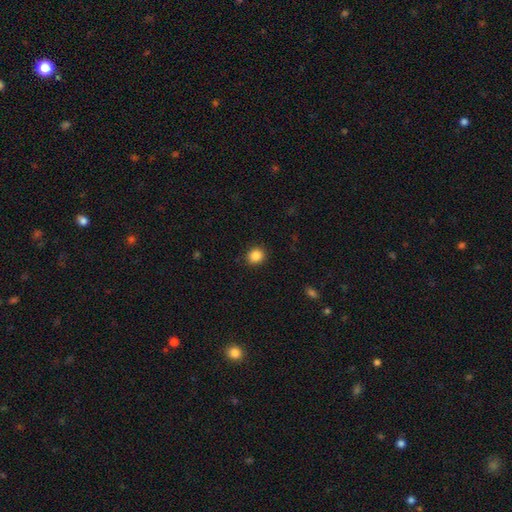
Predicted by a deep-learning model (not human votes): Q: Smooth or featured?
A: smooth (87%); runner-up: star or artifact (10%)
Q: How rounded?
A: round (80%); runner-up: in between (19%)
Q: Merging?
A: none (89%); runner-up: minor disturbance (8%)